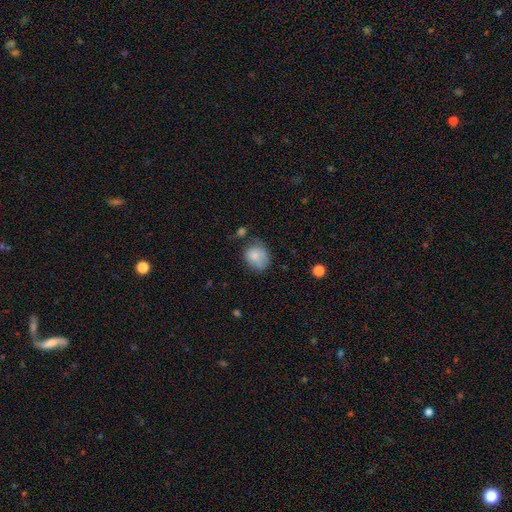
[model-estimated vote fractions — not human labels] Smooth or featured? Predicted: smooth (p=0.77). How rounded? Predicted: round (p=0.60). Merging? Predicted: none (p=0.49).